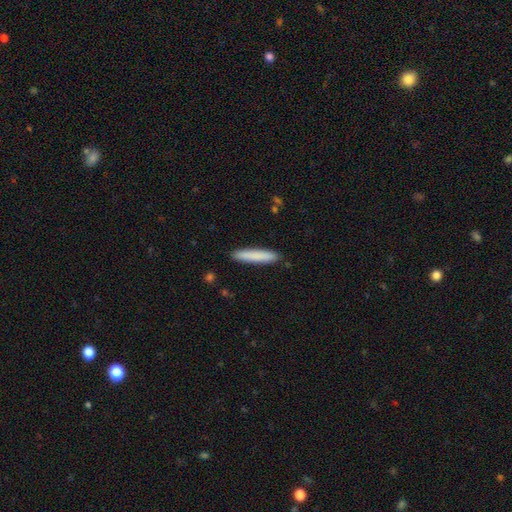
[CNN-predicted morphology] smooth_or_featured: smooth (p=0.83) [alt: featured or disk p=0.11]
how_rounded: cigar-shaped (p=0.93) [alt: in between p=0.06]
merging: none (p=0.90) [alt: minor disturbance p=0.07]